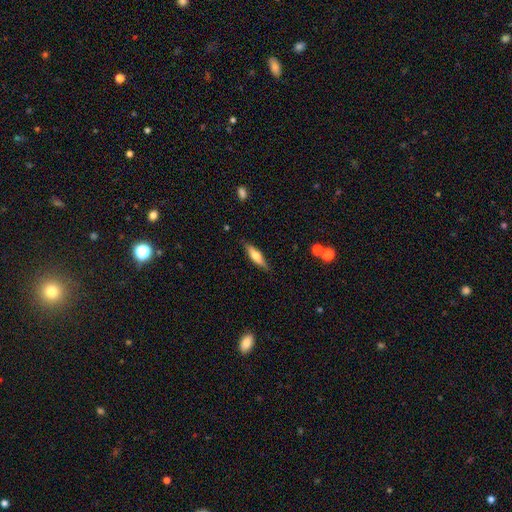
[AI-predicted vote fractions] smooth-or-featured: smooth: 54% | featured or disk: 40% | star or artifact: 6%
  how-rounded: cigar-shaped: 68% | in between: 30% | round: 2%
  merging: none: 85% | minor disturbance: 12% | major disturbance: 2% | merger: 1%